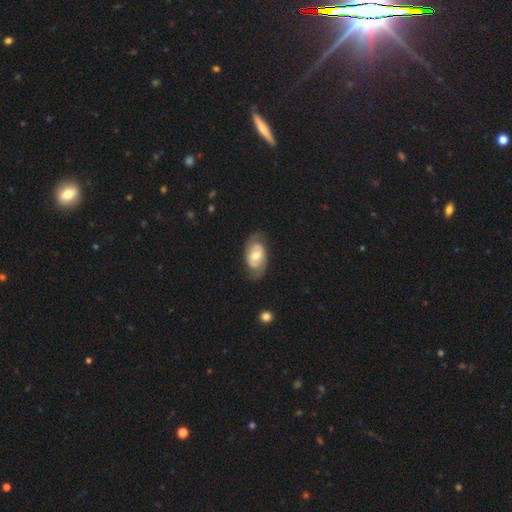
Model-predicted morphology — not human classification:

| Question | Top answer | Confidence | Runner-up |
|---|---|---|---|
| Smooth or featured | featured or disk | 61% | smooth (33%) |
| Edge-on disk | no | 94% | yes (6%) |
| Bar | weak | 46% | no (35%) |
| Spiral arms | yes | 74% | no (26%) |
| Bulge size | moderate | 67% | small (23%) |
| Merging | none | 72% | minor disturbance (19%) |